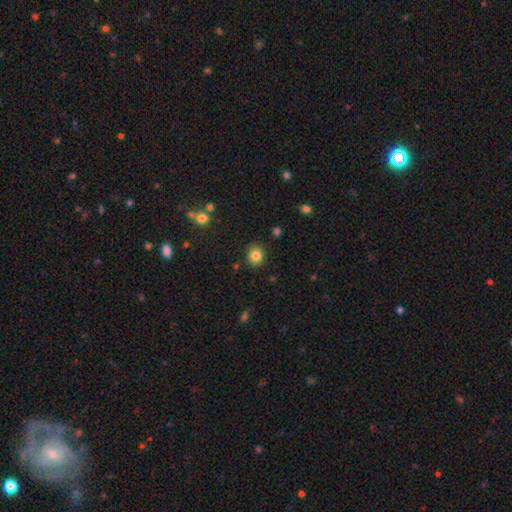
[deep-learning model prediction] Morphology: type=smooth (84%); roundness=round (79%); merging=none (89%).